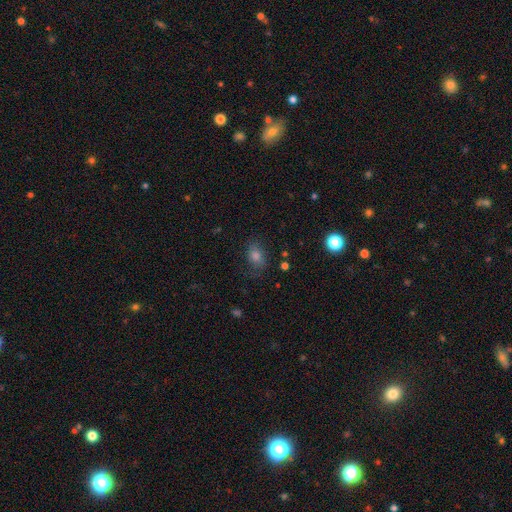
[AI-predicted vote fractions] Q: Smooth or featured?
A: smooth (66%); runner-up: star or artifact (18%)
Q: How rounded?
A: in between (70%); runner-up: round (29%)
Q: Merging?
A: none (71%); runner-up: minor disturbance (19%)